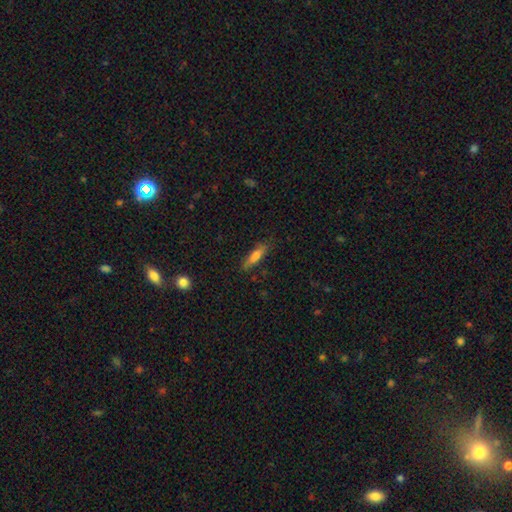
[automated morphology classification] Smooth or featured? smooth (71%)
How rounded? cigar-shaped (67%)
Merging? none (78%)